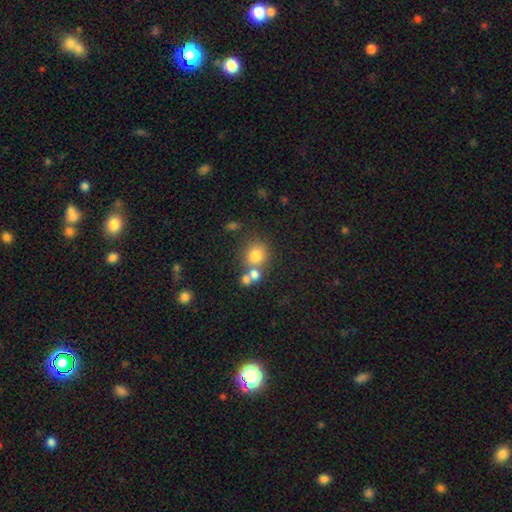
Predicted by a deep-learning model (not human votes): The model was most divided on "merging": none: 53%, merger: 33%, minor disturbance: 9%, major disturbance: 4%. More confident: how rounded — round (84%); smooth or featured — smooth (75%).